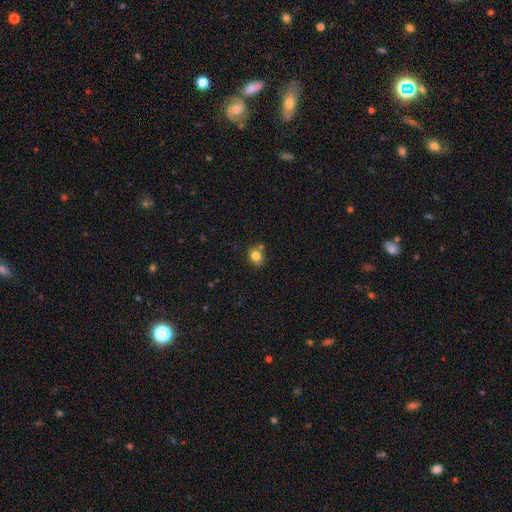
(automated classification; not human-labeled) Q: Smooth or featured?
A: smooth (81%); runner-up: star or artifact (11%)
Q: How rounded?
A: round (61%); runner-up: in between (38%)
Q: Merging?
A: none (69%); runner-up: minor disturbance (15%)